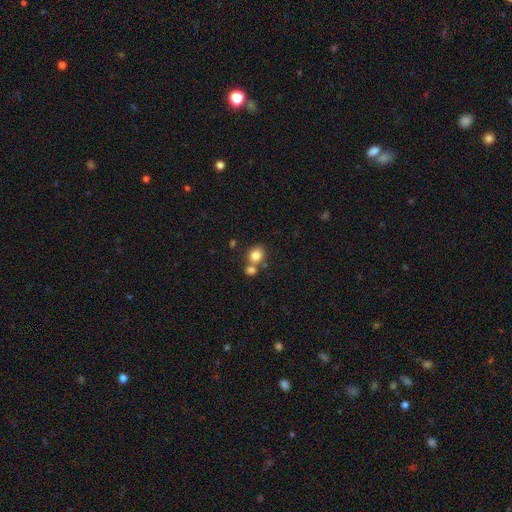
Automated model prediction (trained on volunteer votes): smooth_or_featured: smooth (p=0.82) [alt: star or artifact p=0.11]
how_rounded: round (p=0.70) [alt: in between p=0.29]
merging: none (p=0.55) [alt: merger p=0.33]